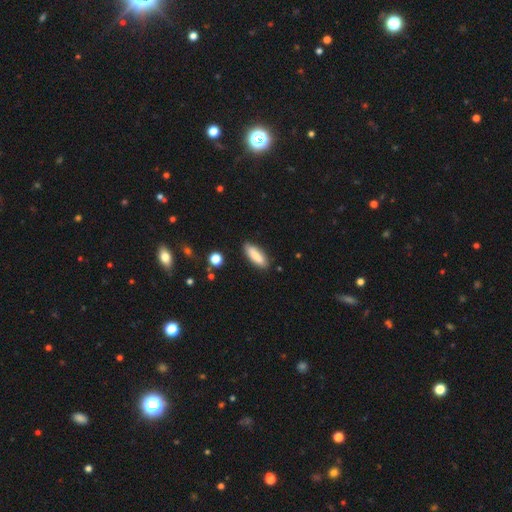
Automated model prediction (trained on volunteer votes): smooth_or_featured: smooth (p=0.84) [alt: featured or disk p=0.10]
how_rounded: in between (p=0.61) [alt: cigar-shaped p=0.38]
merging: none (p=0.84) [alt: minor disturbance p=0.12]